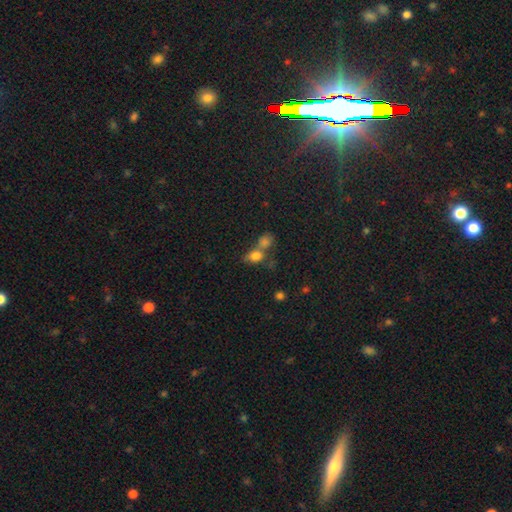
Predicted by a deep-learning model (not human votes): The model was most divided on "merging": merger: 52%, none: 32%, minor disturbance: 10%, major disturbance: 6%. More confident: smooth or featured — smooth (77%); how rounded — in between (62%).